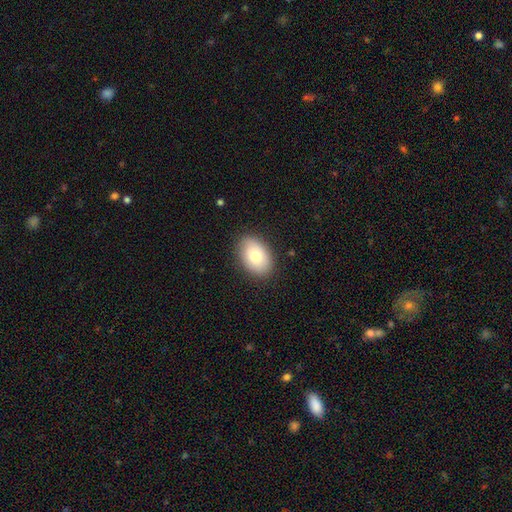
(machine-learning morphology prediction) A smooth galaxy with no disk features (77%) that is in between round and cigar-shaped (85%). Merging: none (87%).